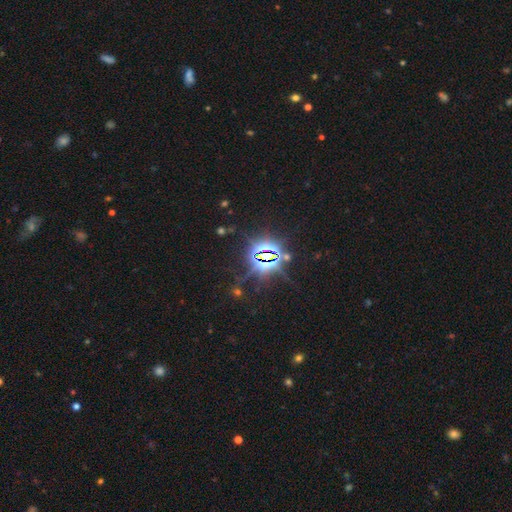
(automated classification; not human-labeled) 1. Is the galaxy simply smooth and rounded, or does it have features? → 85% star or artifact, 8% featured or disk, 8% smooth.